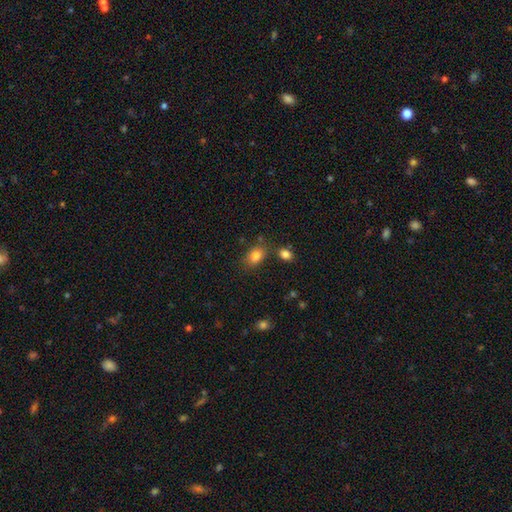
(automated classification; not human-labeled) Morphology: type=smooth (83%); roundness=in between (74%); merging=none (73%).